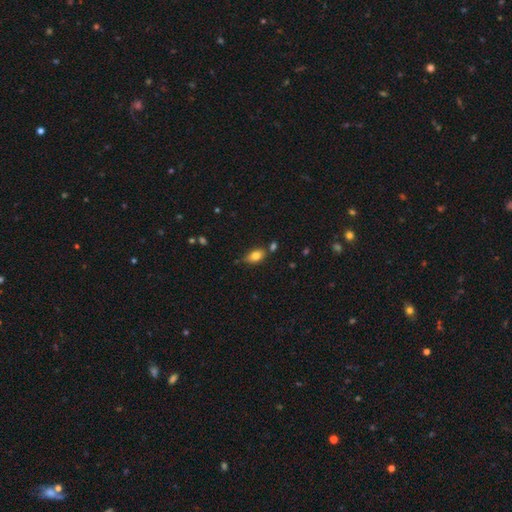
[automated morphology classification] A smooth galaxy with no disk features (80%) that is in between round and cigar-shaped (87%). Merging: none (68%).